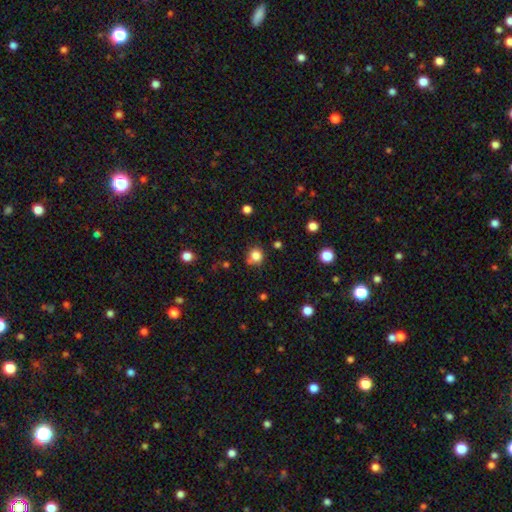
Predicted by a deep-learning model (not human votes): Smooth or featured?
  - smooth: 82% *
  - star or artifact: 13%
  - featured or disk: 5%
How rounded?
  - round: 88% *
  - in between: 11%
  - cigar-shaped: 1%
Merging?
  - none: 73% *
  - minor disturbance: 14%
  - merger: 9%
  - major disturbance: 4%